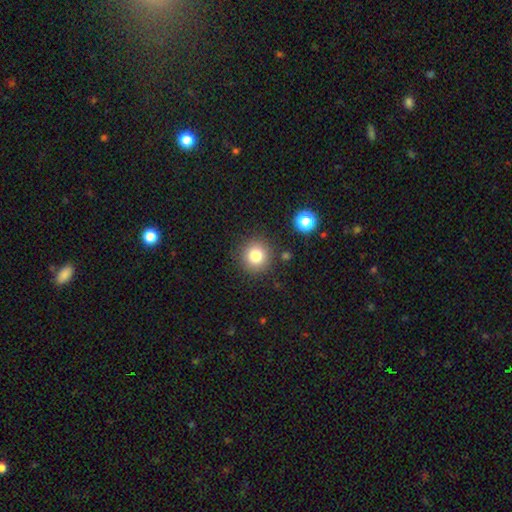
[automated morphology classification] smooth-or-featured: smooth: 80% | star or artifact: 12% | featured or disk: 8%
  how-rounded: round: 94% | in between: 5% | cigar-shaped: 1%
  merging: none: 87% | minor disturbance: 7% | major disturbance: 3% | merger: 3%